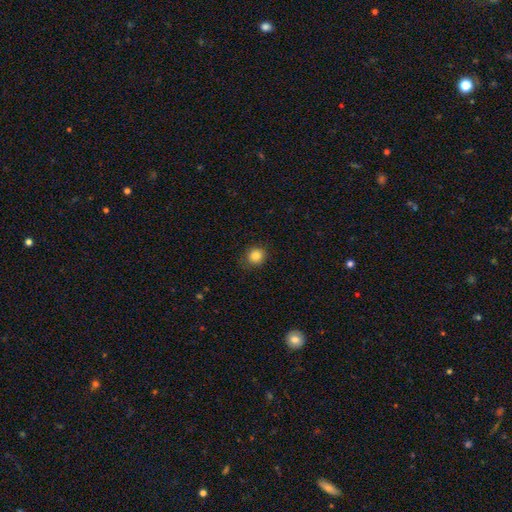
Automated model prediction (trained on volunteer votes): smooth_or_featured: smooth (p=0.86) [alt: star or artifact p=0.10]
how_rounded: round (p=0.87) [alt: in between p=0.12]
merging: none (p=0.86) [alt: minor disturbance p=0.10]